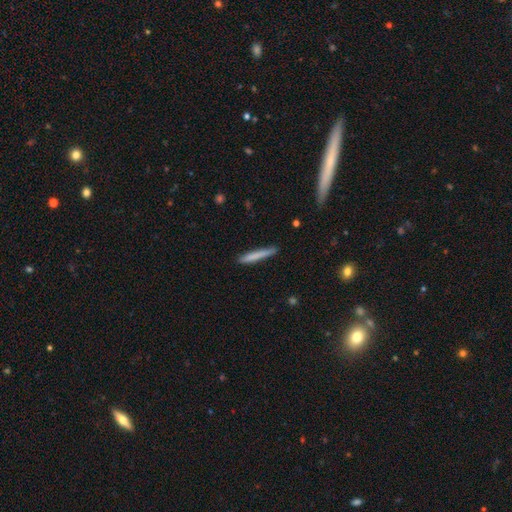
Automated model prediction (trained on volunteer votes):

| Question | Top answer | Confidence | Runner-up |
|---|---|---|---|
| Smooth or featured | smooth | 75% | featured or disk (19%) |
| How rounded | cigar-shaped | 96% | in between (3%) |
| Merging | none | 85% | minor disturbance (12%) |